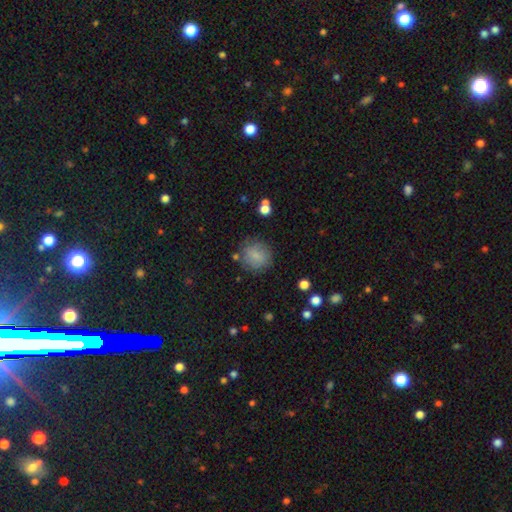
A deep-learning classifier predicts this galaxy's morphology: Smooth or featured? smooth (80%)
How rounded? round (87%)
Merging? none (78%)